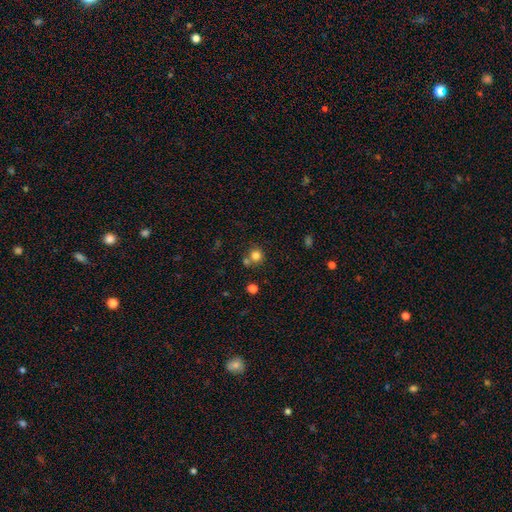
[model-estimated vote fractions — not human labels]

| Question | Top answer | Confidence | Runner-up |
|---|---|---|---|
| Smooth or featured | smooth | 79% | star or artifact (13%) |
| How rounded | round | 90% | in between (9%) |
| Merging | none | 62% | merger (26%) |